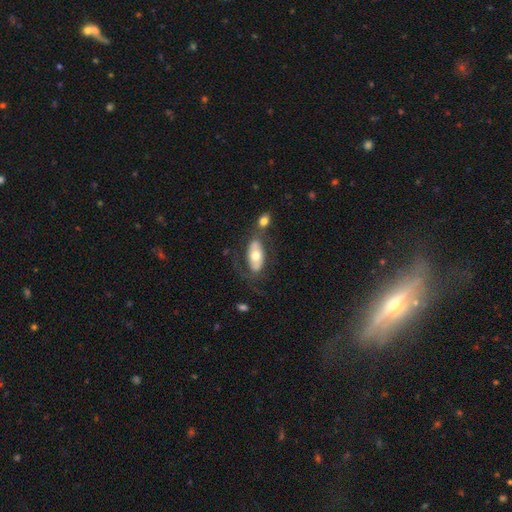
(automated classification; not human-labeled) Morphology: type=smooth (49%); merging=none (48%).